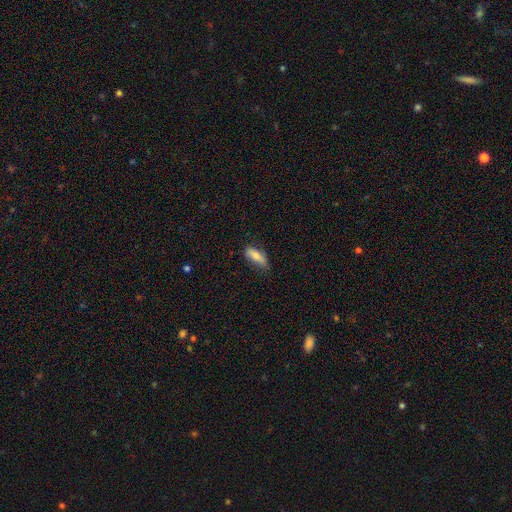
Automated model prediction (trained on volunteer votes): Smooth or featured?
  - smooth: 75% *
  - featured or disk: 19%
  - star or artifact: 6%
How rounded?
  - in between: 69% *
  - cigar-shaped: 28%
  - round: 3%
Merging?
  - none: 69% *
  - minor disturbance: 25%
  - major disturbance: 5%
  - merger: 1%